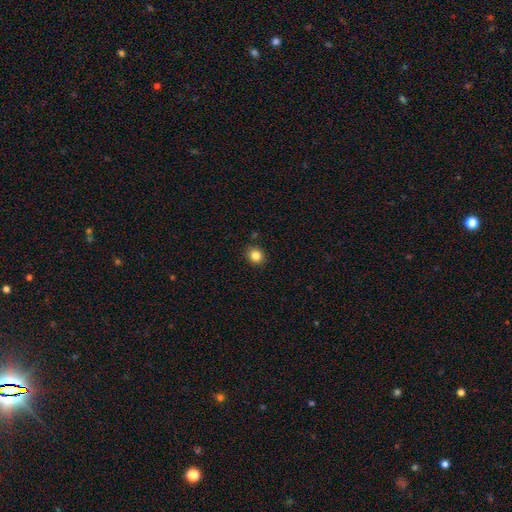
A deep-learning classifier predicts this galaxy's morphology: Smooth or featured? smooth (84%)
How rounded? round (71%)
Merging? none (89%)